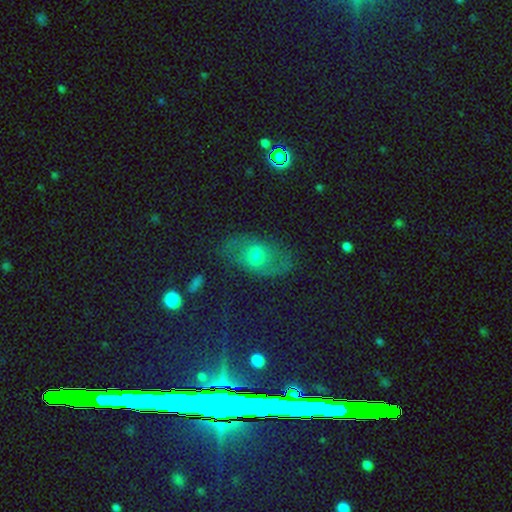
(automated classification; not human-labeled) featured or disk 44%, smooth 41%, star or artifact 15%. Down the decision tree: merging — none (72%).